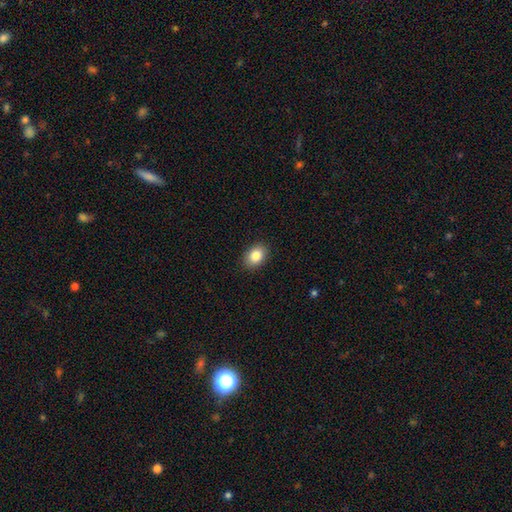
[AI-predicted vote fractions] This appears to be a smooth galaxy with no disk features (85%) that is in between round and cigar-shaped (72%). Merging: none (90%).